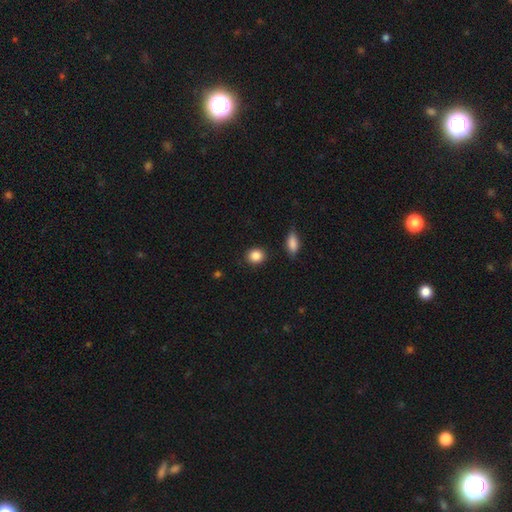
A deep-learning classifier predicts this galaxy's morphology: A smooth galaxy with no disk features (88%) that is round (74%).

Vote fractions:
- Smooth or featured? smooth: 88% / star or artifact: 8% / featured or disk: 4%
- How rounded? round: 74% / in between: 25% / cigar-shaped: 1%
- Merging? none: 88% / minor disturbance: 8% / merger: 2% / major disturbance: 2%